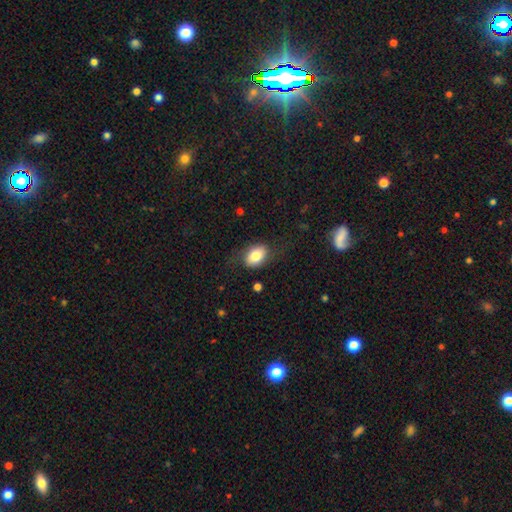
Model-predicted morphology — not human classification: This appears to be a smooth galaxy with no disk features (77%) that is in between round and cigar-shaped (84%). Merging: none (69%).